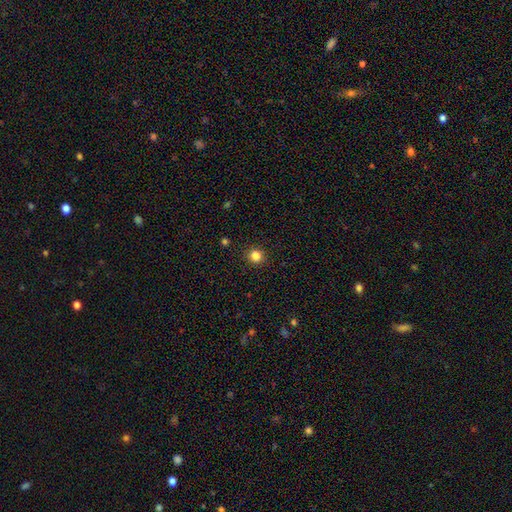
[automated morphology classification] type=smooth (83%); roundness=round (92%); merging=none (92%).